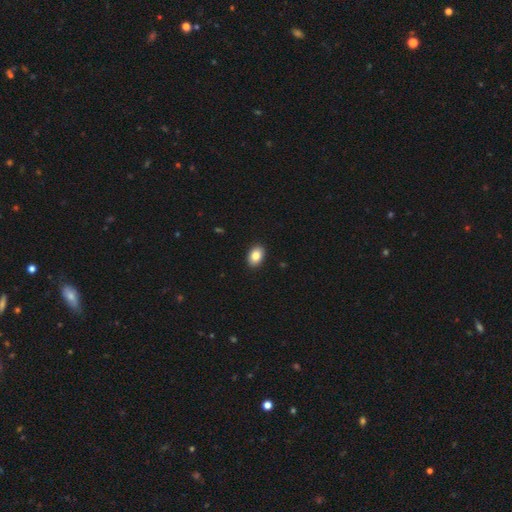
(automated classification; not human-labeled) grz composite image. It shows a smooth galaxy with no disk features (85%) that is in between round and cigar-shaped (84%). Merging: none (91%).